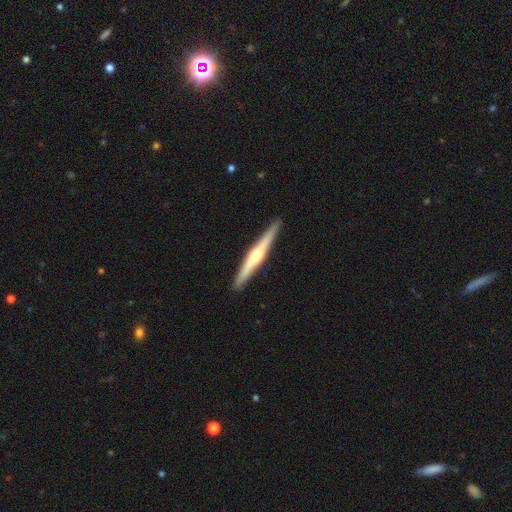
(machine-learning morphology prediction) smooth_or_featured: featured or disk (p=0.68) [alt: smooth p=0.27]
disk_edge_on: yes (p=0.98) [alt: no p=0.02]
edge_on_bulge: rounded (p=0.81) [alt: none p=0.11]
merging: none (p=0.92) [alt: minor disturbance p=0.06]